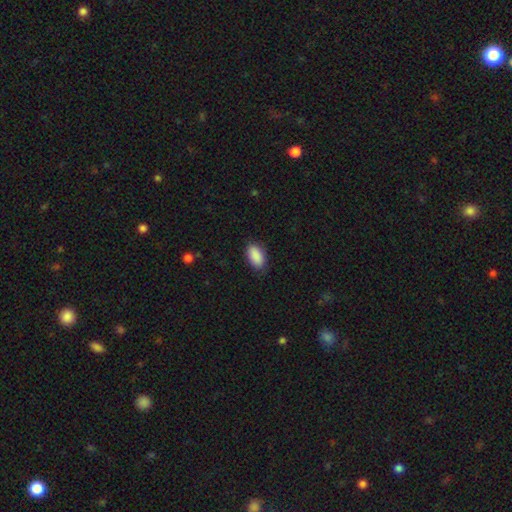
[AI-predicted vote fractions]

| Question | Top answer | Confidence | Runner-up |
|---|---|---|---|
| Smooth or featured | smooth | 91% | star or artifact (6%) |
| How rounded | in between | 94% | round (4%) |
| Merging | none | 84% | minor disturbance (12%) |